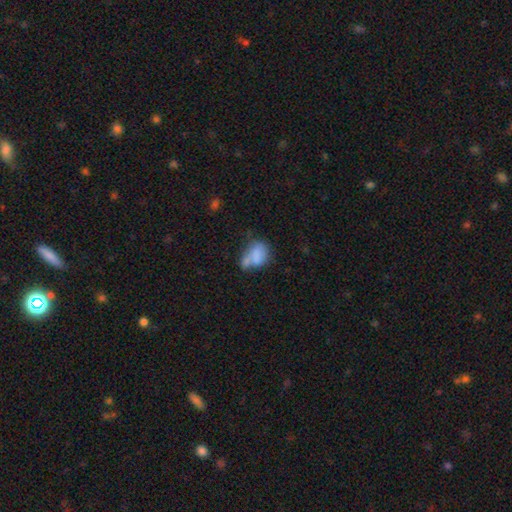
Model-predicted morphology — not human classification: Smooth or featured?
  - smooth: 71% *
  - featured or disk: 19%
  - star or artifact: 10%
How rounded?
  - in between: 73% *
  - round: 25%
  - cigar-shaped: 2%
Merging?
  - merger: 37% *
  - none: 25%
  - minor disturbance: 22%
  - major disturbance: 17%